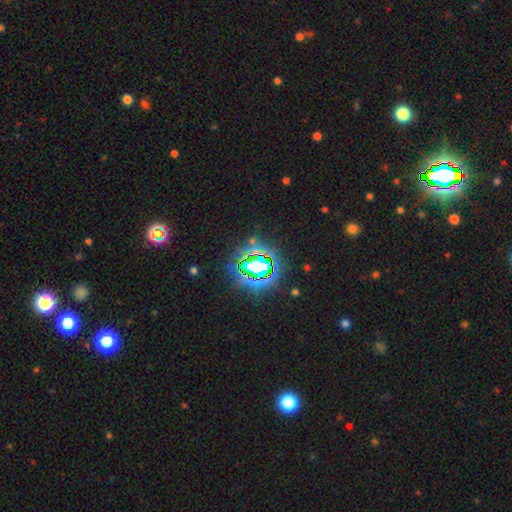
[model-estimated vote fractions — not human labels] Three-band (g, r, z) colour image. It shows a star or artifact, not a galaxy (73%).